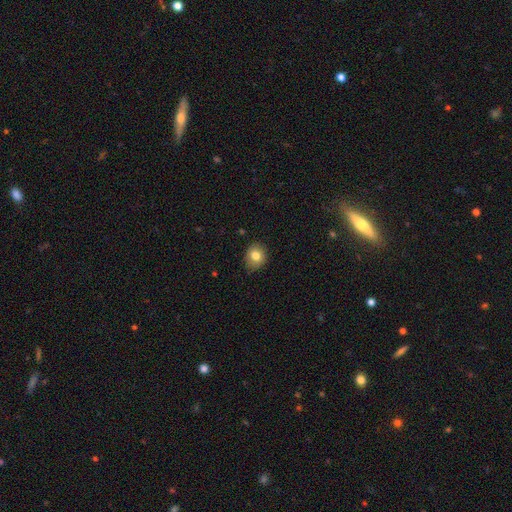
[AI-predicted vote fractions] A smooth galaxy with no disk features (80%) that is round (64%). Merging: none (84%).